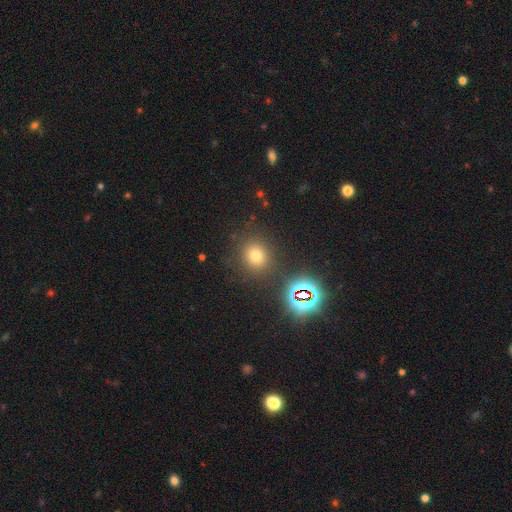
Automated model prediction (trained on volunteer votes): Smooth or featured: smooth — 69% (star or artifact — 24%)
How rounded: round — 86% (in between — 13%)
Merging: none — 84% (minor disturbance — 8%)